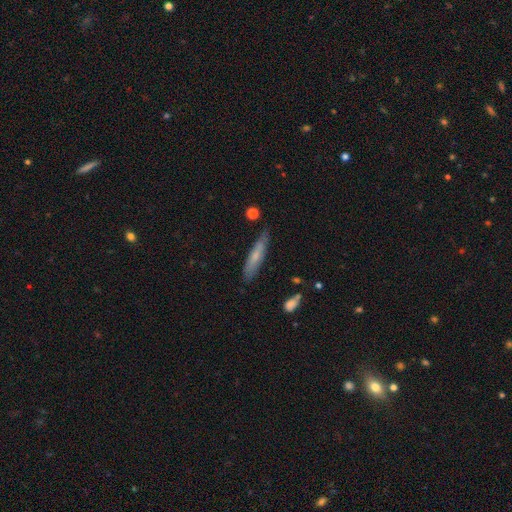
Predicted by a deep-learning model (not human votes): Q: Smooth or featured?
A: smooth (59%); runner-up: featured or disk (34%)
Q: How rounded?
A: cigar-shaped (86%); runner-up: in between (12%)
Q: Merging?
A: none (78%); runner-up: minor disturbance (17%)